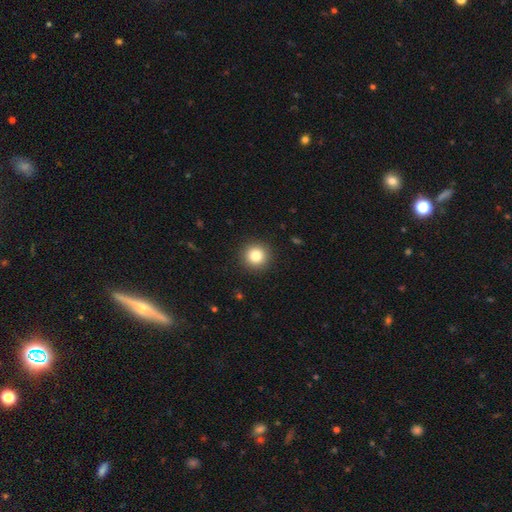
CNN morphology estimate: smooth-or-featured: smooth: 83% | star or artifact: 10% | featured or disk: 7%
  how-rounded: round: 95% | in between: 4% | cigar-shaped: 1%
  merging: none: 92% | minor disturbance: 5% | major disturbance: 2% | merger: 1%